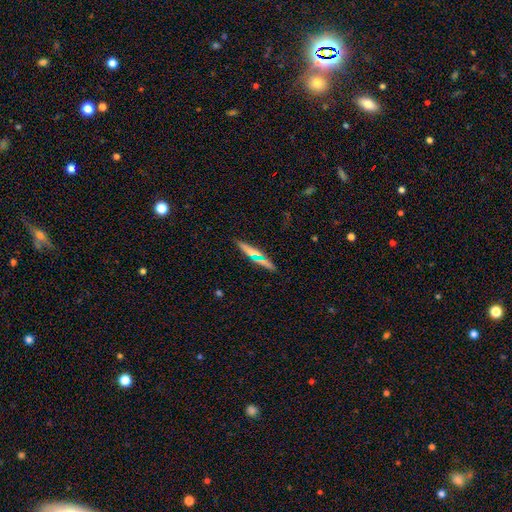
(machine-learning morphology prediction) Smooth or featured?
  - smooth: 56% *
  - featured or disk: 34%
  - star or artifact: 10%
How rounded?
  - cigar-shaped: 85% *
  - in between: 12%
  - round: 3%
Merging?
  - none: 78% *
  - minor disturbance: 12%
  - merger: 7%
  - major disturbance: 3%